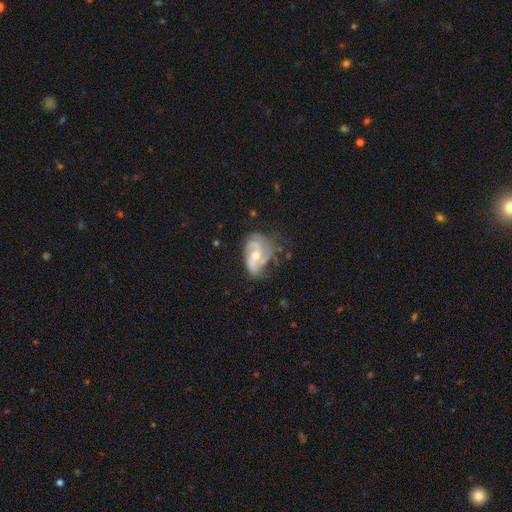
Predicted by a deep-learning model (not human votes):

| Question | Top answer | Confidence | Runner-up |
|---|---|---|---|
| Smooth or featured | featured or disk | 78% | smooth (16%) |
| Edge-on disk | no | 97% | yes (3%) |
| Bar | no | 57% | weak (35%) |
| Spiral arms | yes | 91% | no (9%) |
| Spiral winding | medium | 47% | tight (31%) |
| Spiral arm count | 2 | 52% | 3 (23%) |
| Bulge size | moderate | 64% | small (30%) |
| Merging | none | 50% | minor disturbance (29%) |